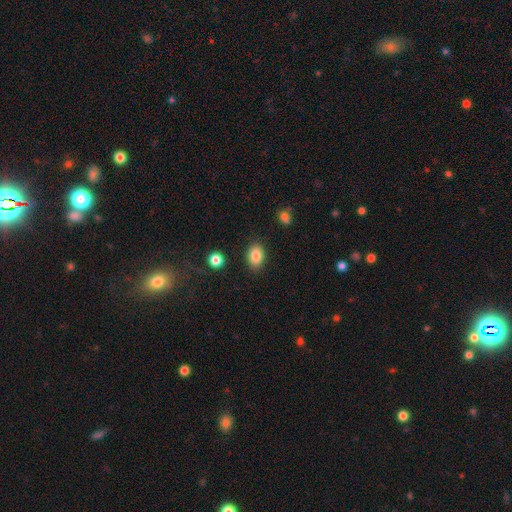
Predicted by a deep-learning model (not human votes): A smooth galaxy with no disk features (86%) that is in between round and cigar-shaped (78%).

Vote fractions:
- Smooth or featured? smooth: 86% / star or artifact: 9% / featured or disk: 6%
- How rounded? in between: 78% / round: 21% / cigar-shaped: 1%
- Merging? none: 85% / minor disturbance: 10% / major disturbance: 3% / merger: 2%